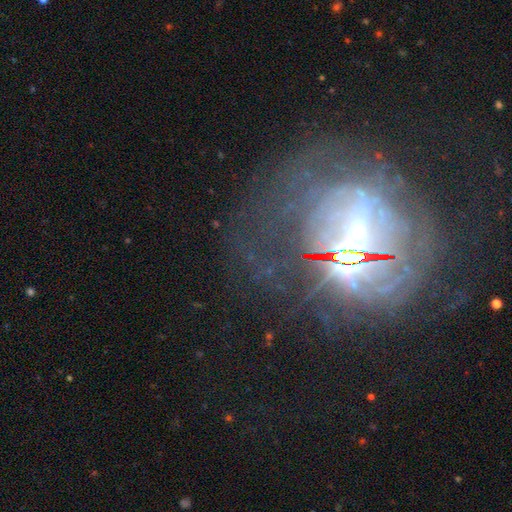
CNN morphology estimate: A featured or disk galaxy (63%) with a strong bar (40%), no spiral arms (53%) and a small central bulge (41%).

Vote fractions:
- Smooth or featured? featured or disk: 63% / star or artifact: 24% / smooth: 13%
- Edge-on disk? no: 89% / yes: 11%
- Bar? strong: 40% / no: 33% / weak: 28%
- Spiral arms? no: 53% / yes: 47%
- Bulge size? small: 41% / moderate: 33% / none: 11% / large: 10% / dominant: 4%
- Merging? none: 47% / major disturbance: 29% / minor disturbance: 16% / merger: 8%